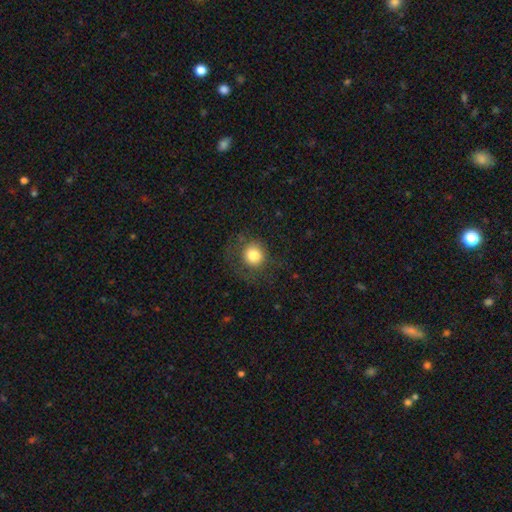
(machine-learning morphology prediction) A smooth galaxy with no disk features (80%) that is round (89%). Merging: none (72%).